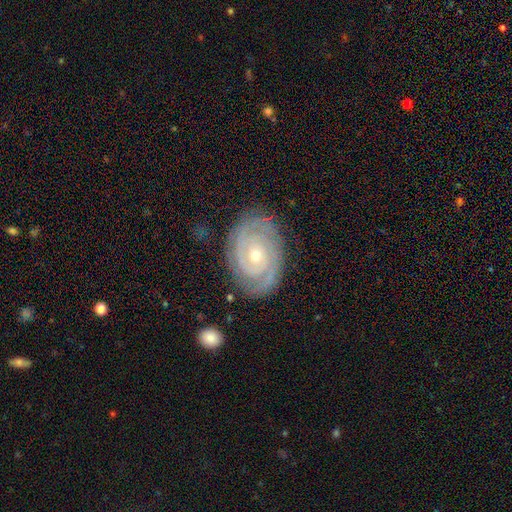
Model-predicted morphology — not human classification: The model was most divided on "bulge size": small: 59%, moderate: 39%, large: 1%, none: 1%, dominant: 1%. More confident: spiral arms — yes (97%); edge-on disk — no (97%); smooth or featured — featured or disk (89%); merging — none (82%); spiral winding — tight (81%); bar — no (75%); spiral arm count — 2 (52%).